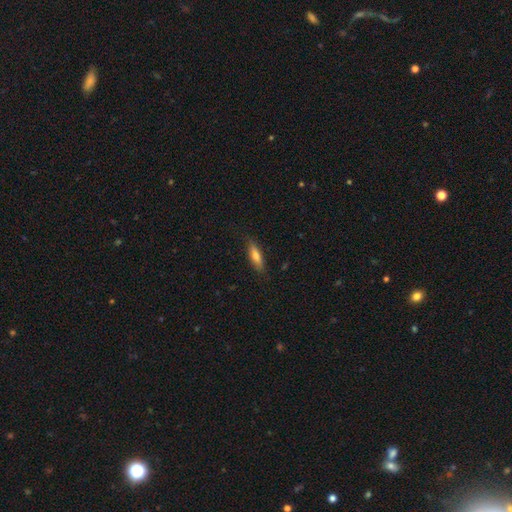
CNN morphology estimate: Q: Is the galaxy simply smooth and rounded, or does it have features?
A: smooth — 72%.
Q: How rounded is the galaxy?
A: cigar-shaped — 58%.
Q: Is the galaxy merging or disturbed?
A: none — 83%.